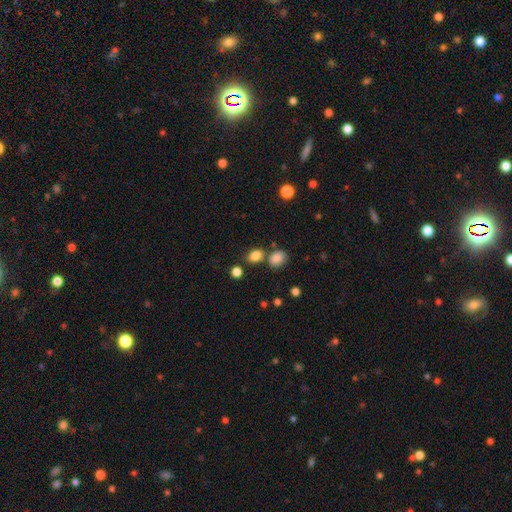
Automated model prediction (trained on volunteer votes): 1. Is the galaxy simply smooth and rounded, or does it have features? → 83% smooth, 12% star or artifact, 5% featured or disk.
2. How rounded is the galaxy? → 62% in between, 36% round, 1% cigar-shaped.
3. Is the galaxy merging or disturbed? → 67% none, 18% merger, 12% minor disturbance, 4% major disturbance.